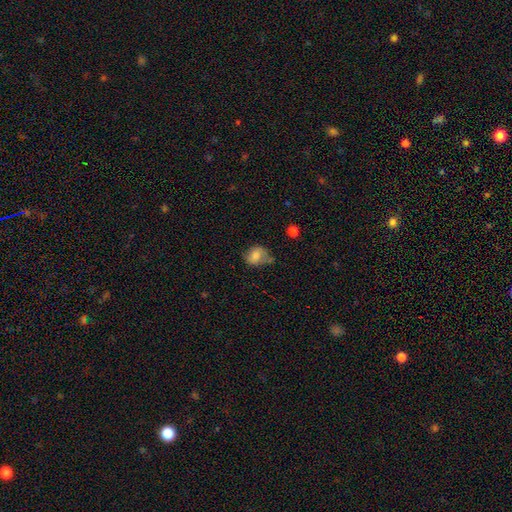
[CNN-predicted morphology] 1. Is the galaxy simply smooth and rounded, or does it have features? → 74% smooth, 17% featured or disk, 9% star or artifact.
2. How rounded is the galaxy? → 50% round, 49% in between, 1% cigar-shaped.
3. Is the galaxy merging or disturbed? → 51% none, 32% minor disturbance, 11% major disturbance, 6% merger.